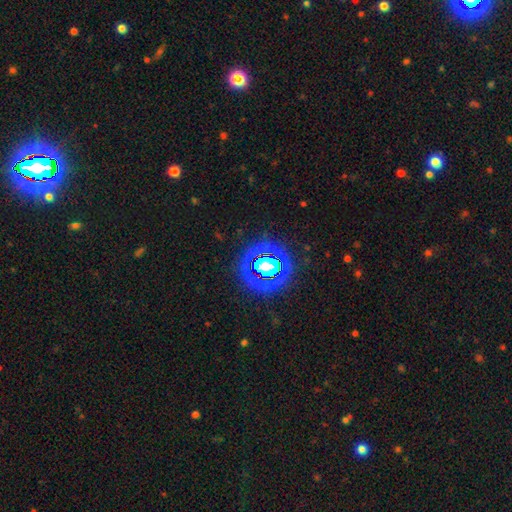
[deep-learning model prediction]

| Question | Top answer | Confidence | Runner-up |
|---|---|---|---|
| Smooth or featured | star or artifact | 81% | smooth (12%) |